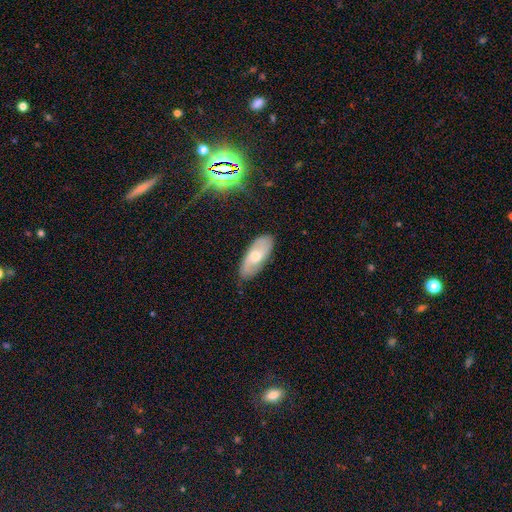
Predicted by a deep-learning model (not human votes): A smooth galaxy with no disk features (48%).

Vote fractions:
- Smooth or featured? smooth: 48% / featured or disk: 46% / star or artifact: 7%
- Merging? none: 81% / minor disturbance: 15% / major disturbance: 3% / merger: 1%